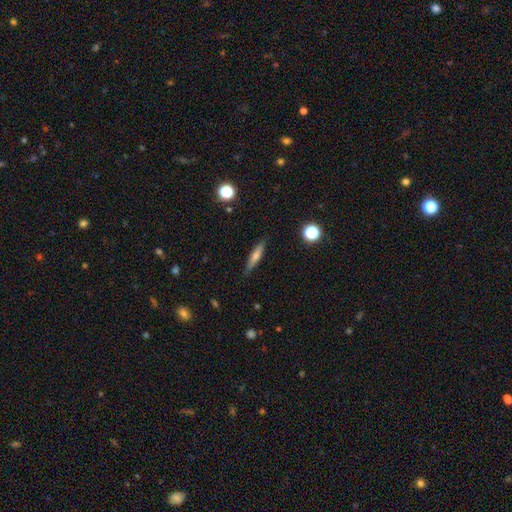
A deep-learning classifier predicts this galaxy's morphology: A smooth galaxy with no disk features (51%) that is cigar-shaped (85%).

Vote fractions:
- Smooth or featured? smooth: 51% / featured or disk: 41% / star or artifact: 8%
- How rounded? cigar-shaped: 85% / in between: 12% / round: 3%
- Merging? none: 88% / minor disturbance: 9% / major disturbance: 2% / merger: 1%